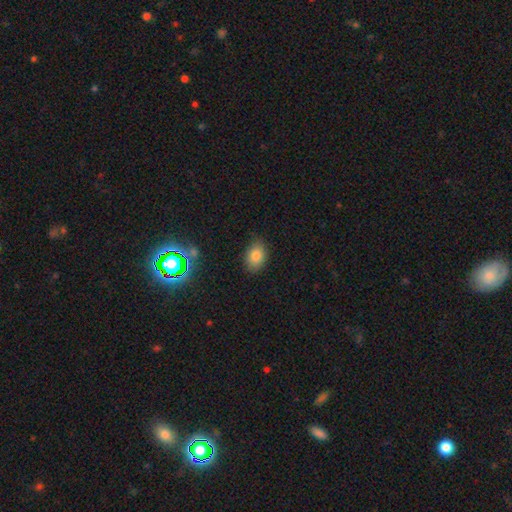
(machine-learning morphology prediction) smooth 80%, star or artifact 12%, featured or disk 8%. Down the decision tree: how rounded — in between (75%); merging — none (80%).